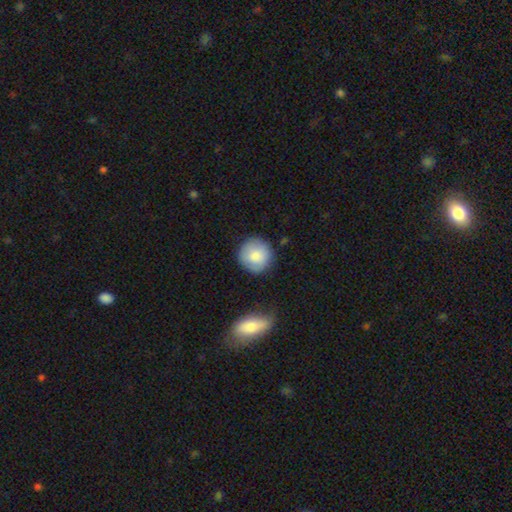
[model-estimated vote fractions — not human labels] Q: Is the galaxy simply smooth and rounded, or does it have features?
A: smooth — 82%.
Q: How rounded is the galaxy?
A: round — 93%.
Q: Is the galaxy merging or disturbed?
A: none — 81%.